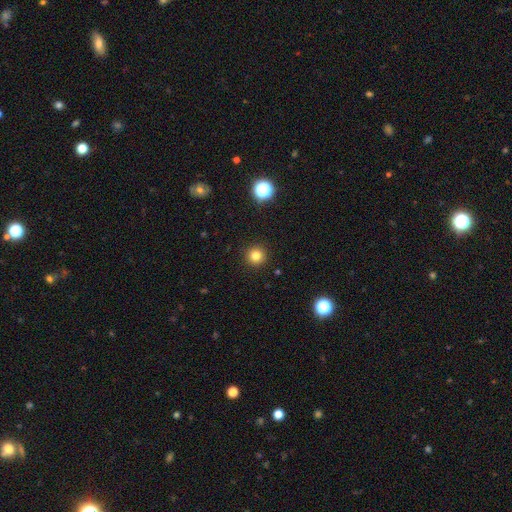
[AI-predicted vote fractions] Overall: smooth (81%). How rounded: round (96%). Merging: none (93%).